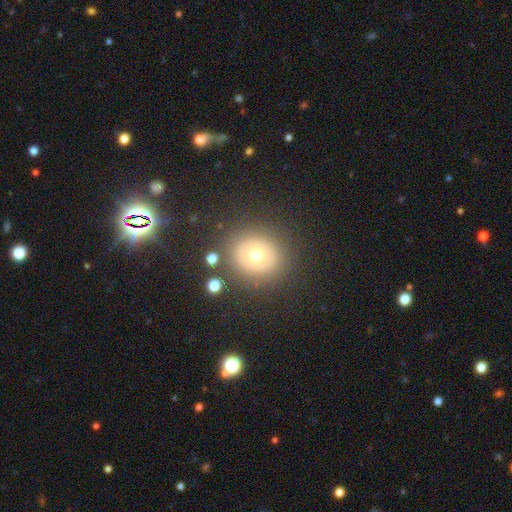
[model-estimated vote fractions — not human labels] Q: Smooth or featured?
A: smooth (56%); runner-up: featured or disk (29%)
Q: How rounded?
A: round (83%); runner-up: in between (16%)
Q: Merging?
A: none (85%); runner-up: minor disturbance (8%)